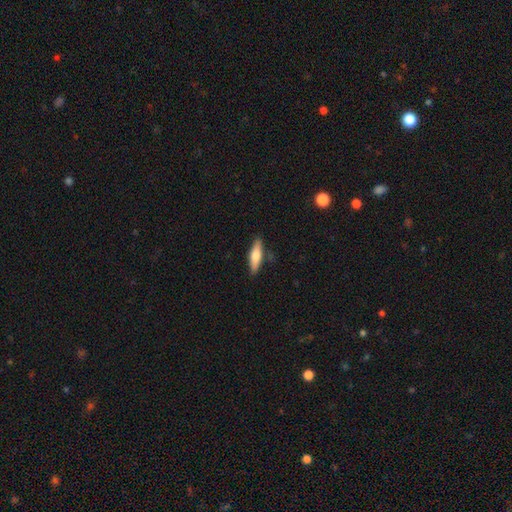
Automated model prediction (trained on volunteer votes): Morphology: type=smooth (65%); roundness=cigar-shaped (64%); merging=none (85%).